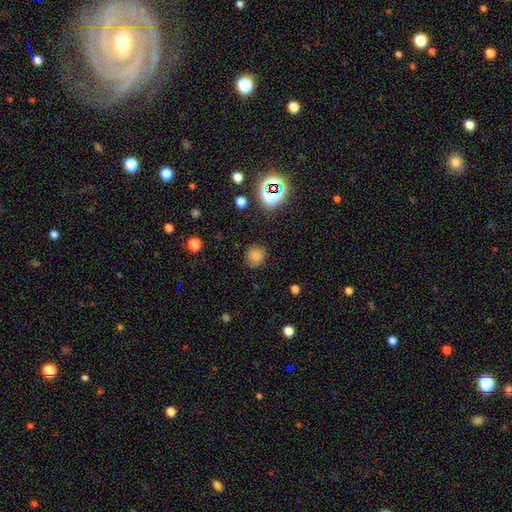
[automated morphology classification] smooth-or-featured: smooth: 76% | star or artifact: 17% | featured or disk: 6%
  how-rounded: round: 87% | in between: 12% | cigar-shaped: 1%
  merging: none: 83% | minor disturbance: 12% | major disturbance: 4% | merger: 2%